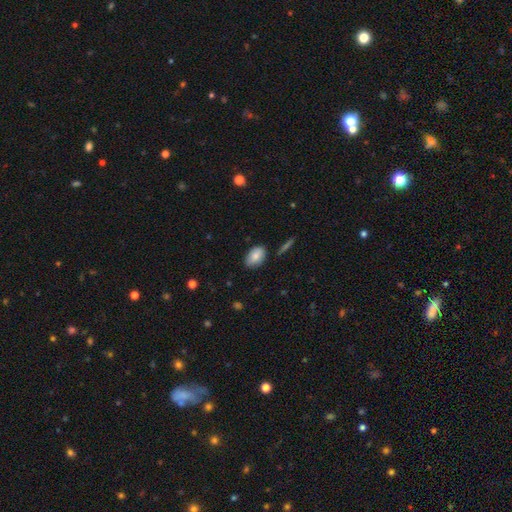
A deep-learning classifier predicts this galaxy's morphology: Smooth or featured?
  - smooth: 80% *
  - featured or disk: 13%
  - star or artifact: 7%
How rounded?
  - in between: 88% *
  - round: 10%
  - cigar-shaped: 2%
Merging?
  - none: 81% *
  - minor disturbance: 14%
  - major disturbance: 2%
  - merger: 2%